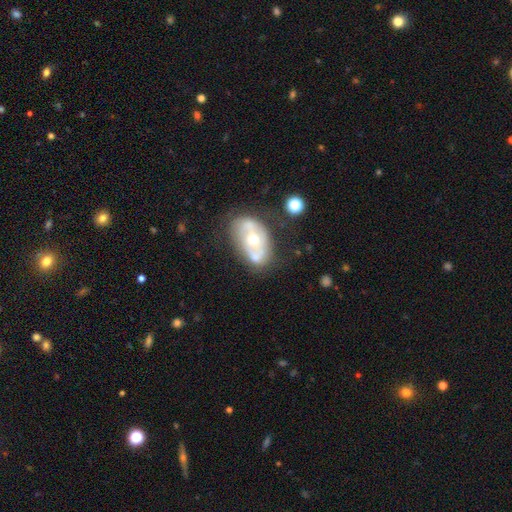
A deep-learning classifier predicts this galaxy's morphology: smooth_or_featured: featured or disk (p=0.62) [alt: smooth p=0.30]
disk_edge_on: no (p=0.93) [alt: yes p=0.07]
bar: no (p=0.66) [alt: weak p=0.21]
has_spiral_arms: no (p=0.66) [alt: yes p=0.34]
bulge_size: moderate (p=0.72) [alt: small p=0.21]
merging: none (p=0.55) [alt: minor disturbance p=0.22]